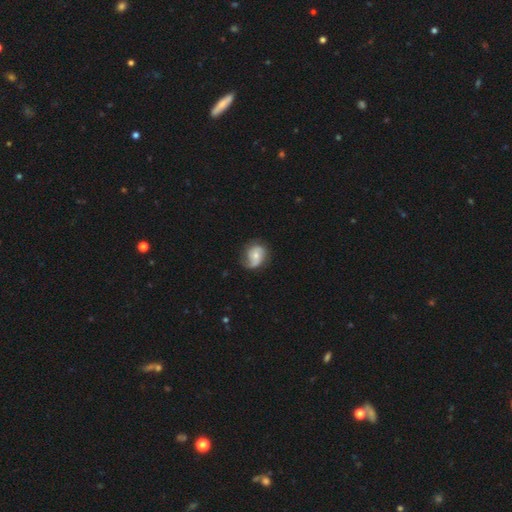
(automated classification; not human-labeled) Morphology: type=featured or disk (68%); edge-on=no (97%); bar=no (67%); spiral arms=yes (92%); winding=medium (43%); arm count=2 (65%); bulge=moderate (48%); merging=none (65%).